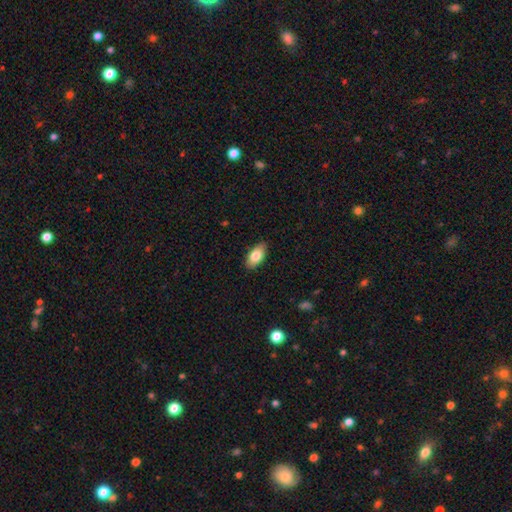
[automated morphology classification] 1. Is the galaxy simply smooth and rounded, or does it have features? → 81% smooth, 13% featured or disk, 7% star or artifact.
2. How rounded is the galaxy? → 92% in between, 5% cigar-shaped, 3% round.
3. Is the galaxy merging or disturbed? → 87% none, 10% minor disturbance, 2% major disturbance, 1% merger.